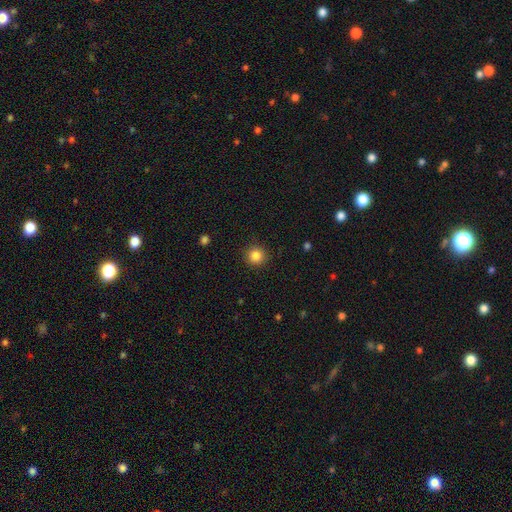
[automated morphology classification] Smooth or featured? smooth (84%)
How rounded? round (95%)
Merging? none (91%)